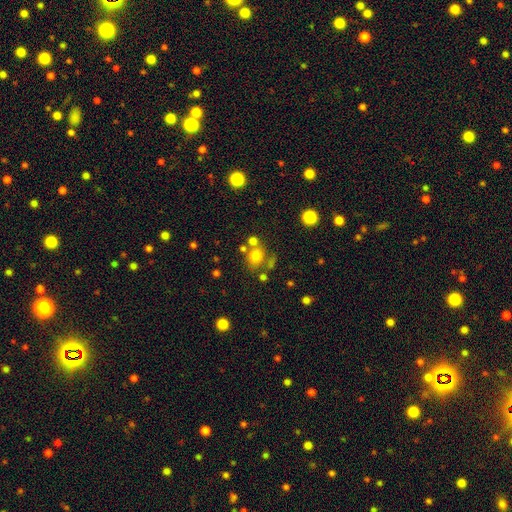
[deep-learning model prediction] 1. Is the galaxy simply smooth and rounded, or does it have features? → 73% smooth, 17% star or artifact, 11% featured or disk.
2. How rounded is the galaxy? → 76% round, 23% in between, 1% cigar-shaped.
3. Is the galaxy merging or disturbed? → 60% none, 23% merger, 12% minor disturbance, 6% major disturbance.